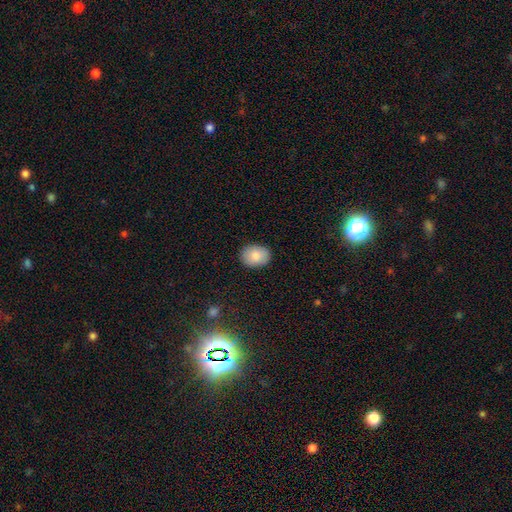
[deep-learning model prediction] A smooth galaxy with no disk features (83%) that is in between round and cigar-shaped (53%).

Vote fractions:
- Smooth or featured? smooth: 83% / featured or disk: 10% / star or artifact: 7%
- How rounded? in between: 53% / round: 46% / cigar-shaped: 1%
- Merging? none: 89% / minor disturbance: 8% / major disturbance: 2% / merger: 1%